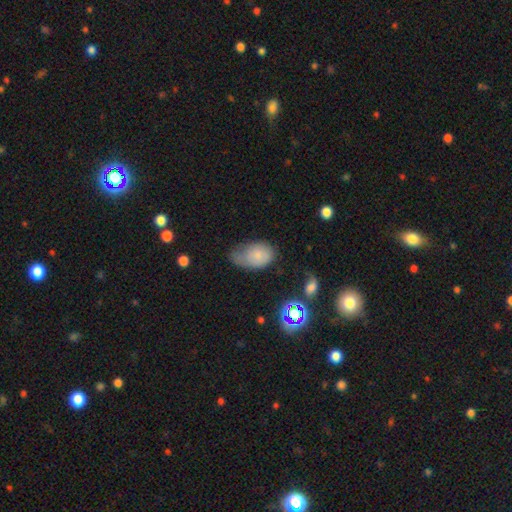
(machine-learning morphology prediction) The model was most divided on "merging": minor disturbance: 41%, none: 31%, major disturbance: 25%, merger: 3%. More confident: how rounded — in between (86%); smooth or featured — smooth (73%).